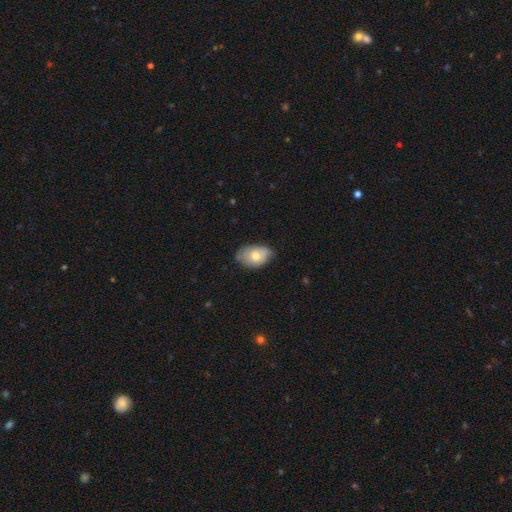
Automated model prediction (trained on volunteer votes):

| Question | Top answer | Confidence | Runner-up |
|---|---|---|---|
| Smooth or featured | smooth | 69% | featured or disk (24%) |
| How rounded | in between | 86% | round (13%) |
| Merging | none | 63% | minor disturbance (32%) |